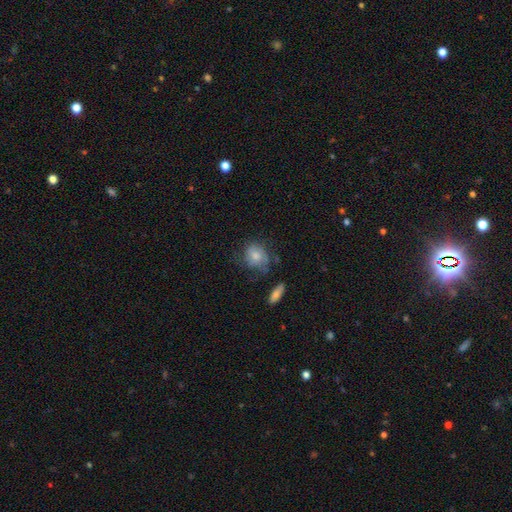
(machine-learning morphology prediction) Overall: smooth (64%; featured or disk 28%). How rounded: round (55%; in between 44%). Merging: none (50%; minor disturbance 28%).